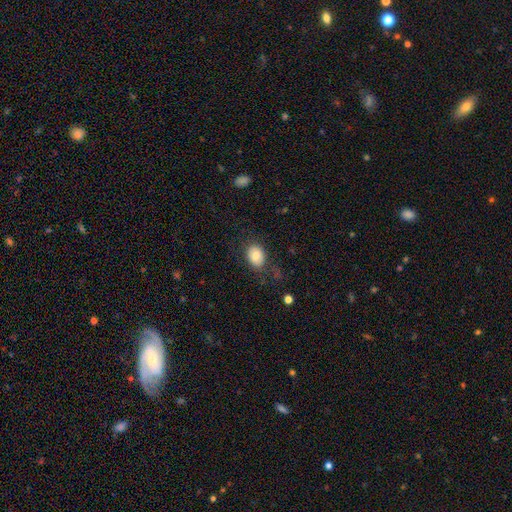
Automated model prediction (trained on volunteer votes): smooth_or_featured: smooth (p=0.80) [alt: featured or disk p=0.12]
how_rounded: in between (p=0.70) [alt: round p=0.29]
merging: none (p=0.73) [alt: minor disturbance p=0.17]